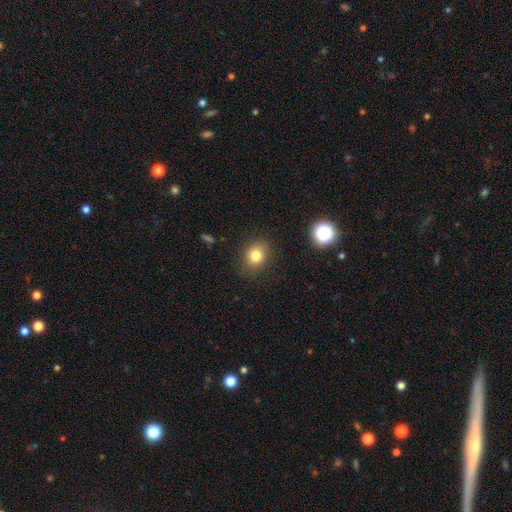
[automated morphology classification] smooth 80%, star or artifact 12%, featured or disk 8%. Down the decision tree: how rounded — round (56%); merging — none (83%).